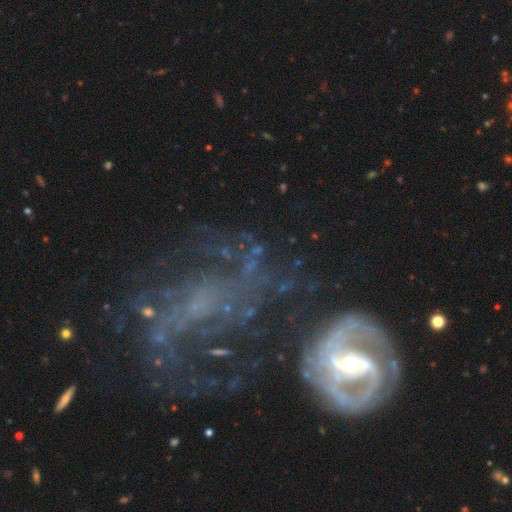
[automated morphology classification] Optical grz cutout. It shows a featured or disk galaxy (70%) with no bar (45%), tight (45%) spiral arms (82%) and a small central bulge (57%). Merging: none (53%).